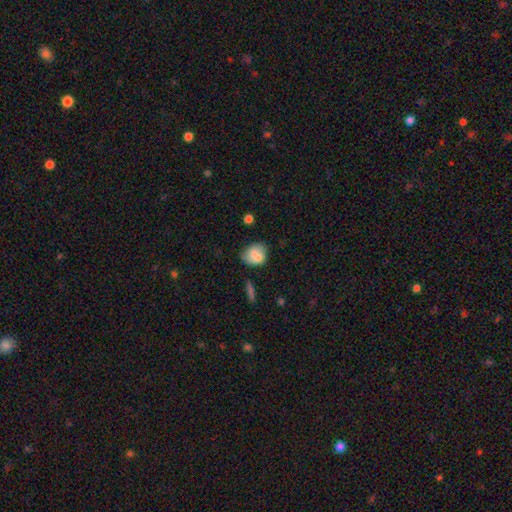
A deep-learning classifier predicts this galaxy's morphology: type=smooth (71%); roundness=round (57%); merging=none (49%).